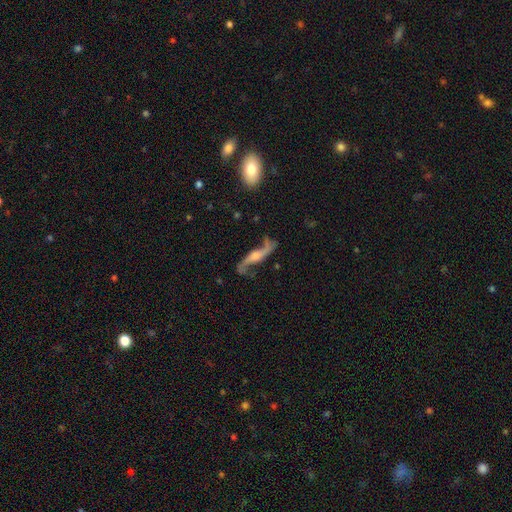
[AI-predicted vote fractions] Smooth or featured: featured or disk — 85% (smooth — 9%)
Edge-on disk: no — 77% (yes — 23%)
Bar: no — 48% (weak — 34%)
Spiral arms: yes — 95% (no — 5%)
Spiral winding: loose — 87% (medium — 10%)
Spiral arm count: 2 — 93% (1 — 2%)
Bulge size: moderate — 38% (small — 28%)
Merging: none — 69% (minor disturbance — 18%)